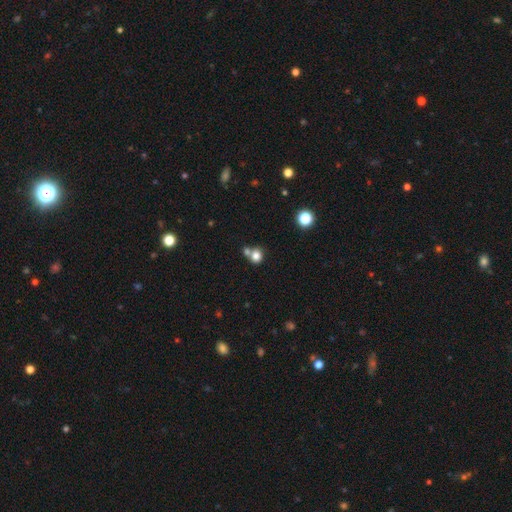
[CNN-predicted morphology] Smooth or featured: smooth — 79% (star or artifact — 12%)
How rounded: round — 74% (in between — 25%)
Merging: none — 49% (merger — 38%)